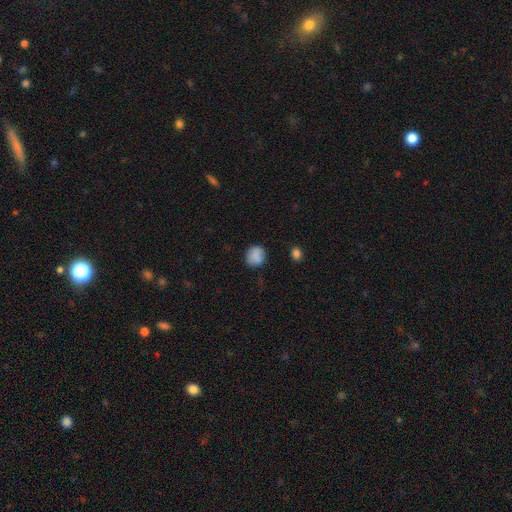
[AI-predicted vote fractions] This is clearly a smooth galaxy (85%). How rounded: likely round (77%). Merging: likely none (77%).